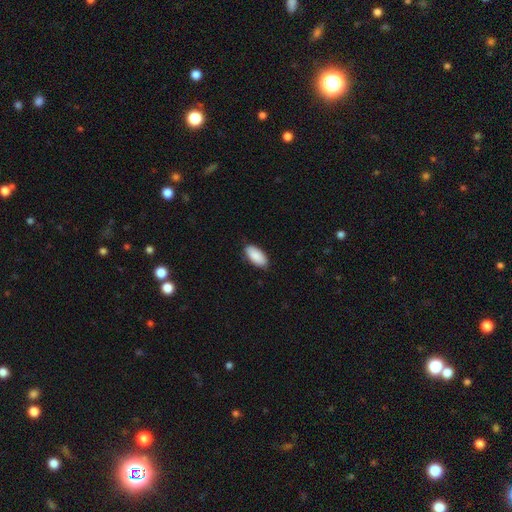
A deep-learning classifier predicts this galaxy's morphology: Smooth or featured? smooth (90%)
How rounded? in between (92%)
Merging? none (86%)